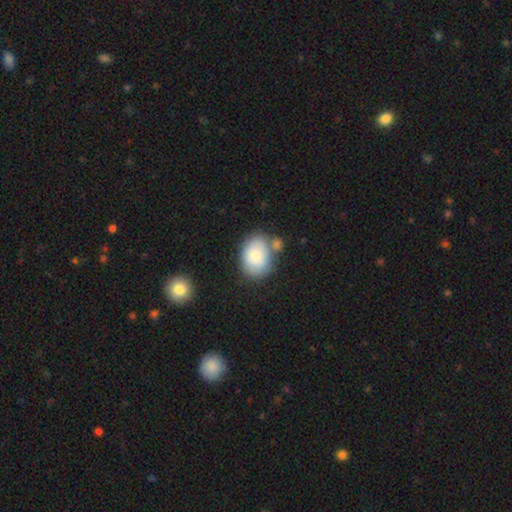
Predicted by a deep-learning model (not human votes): Q: Smooth or featured?
A: smooth (79%); runner-up: featured or disk (14%)
Q: How rounded?
A: in between (61%); runner-up: round (38%)
Q: Merging?
A: none (59%); runner-up: minor disturbance (18%)